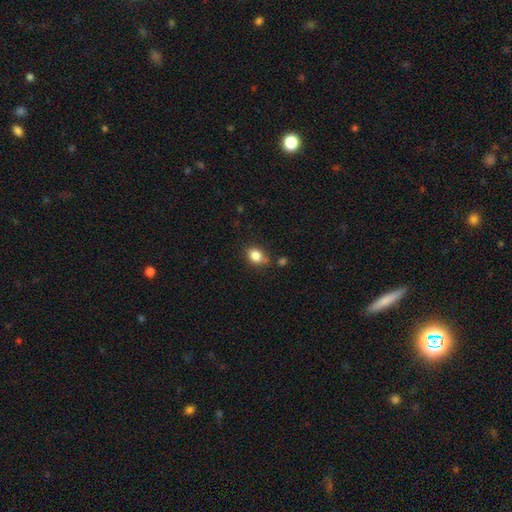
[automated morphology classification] smooth 84%, star or artifact 10%, featured or disk 6%. Down the decision tree: how rounded — in between (61%); merging — none (69%).